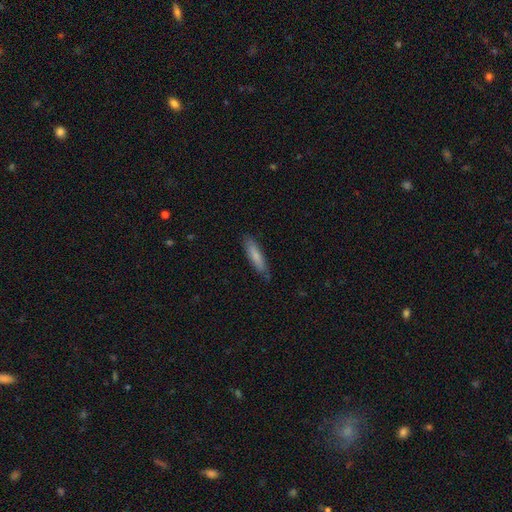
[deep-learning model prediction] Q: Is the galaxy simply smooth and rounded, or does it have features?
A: smooth — 77%.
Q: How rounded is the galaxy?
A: cigar-shaped — 79%.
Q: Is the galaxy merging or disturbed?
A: none — 81%.